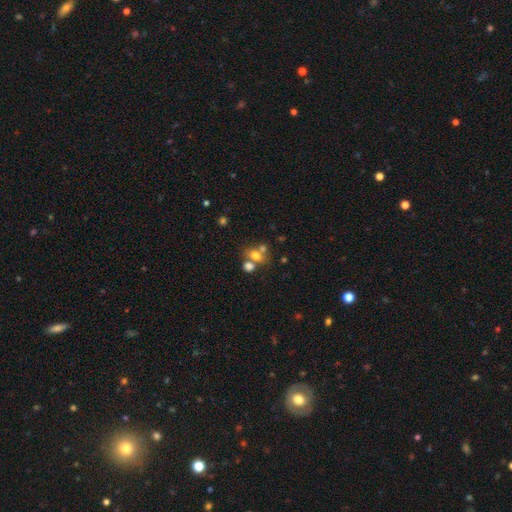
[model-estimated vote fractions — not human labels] A smooth galaxy with no disk features (66%) that is in between round and cigar-shaped (53%).

Vote fractions:
- Smooth or featured? smooth: 66% / featured or disk: 18% / star or artifact: 16%
- How rounded? in between: 53% / round: 45% / cigar-shaped: 2%
- Merging? merger: 44% / none: 39% / minor disturbance: 10% / major disturbance: 6%